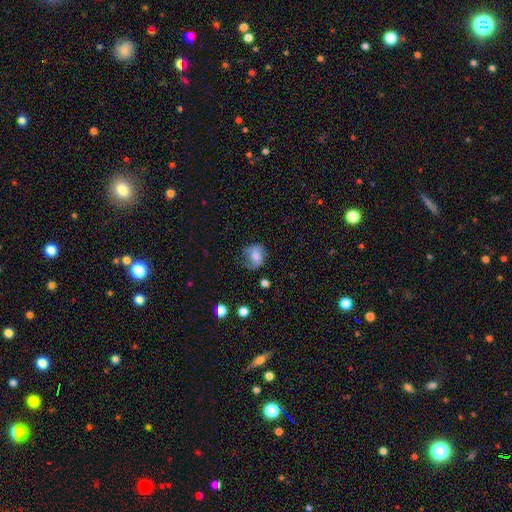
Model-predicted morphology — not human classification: Smooth or featured: smooth — 60% (featured or disk — 31%)
How rounded: round — 60% (in between — 39%)
Merging: none — 52% (minor disturbance — 29%)